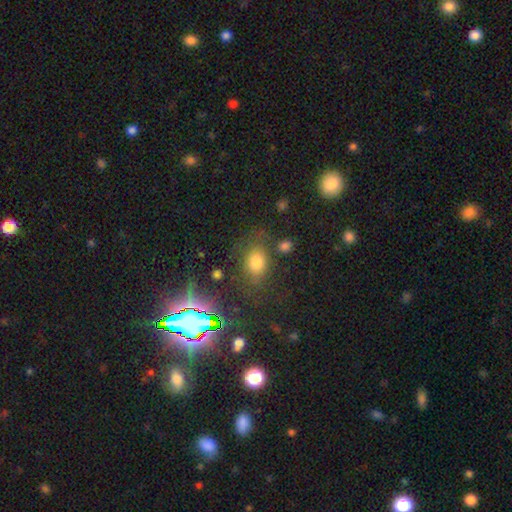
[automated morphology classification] Overall: smooth (68%). How rounded: in between (69%; round 29%). Merging: none (74%).